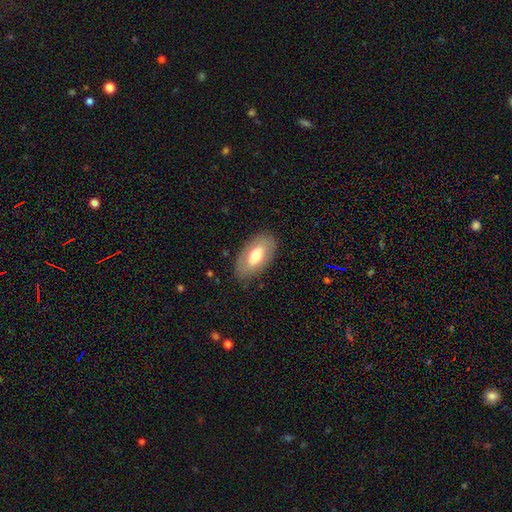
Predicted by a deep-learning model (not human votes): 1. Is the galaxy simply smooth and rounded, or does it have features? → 61% smooth, 33% featured or disk, 6% star or artifact.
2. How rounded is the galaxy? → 93% in between, 4% round, 2% cigar-shaped.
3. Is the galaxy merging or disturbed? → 83% none, 12% minor disturbance, 4% major disturbance, 1% merger.